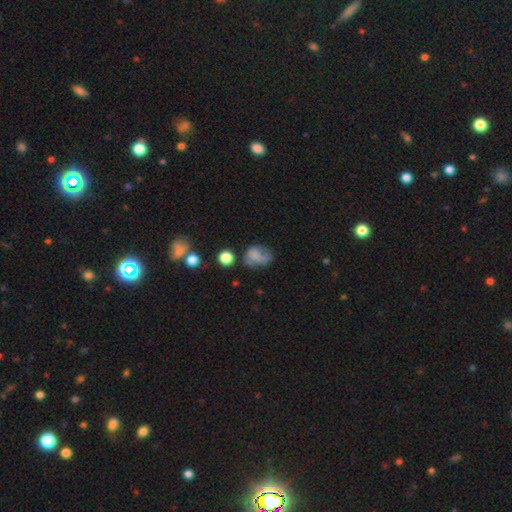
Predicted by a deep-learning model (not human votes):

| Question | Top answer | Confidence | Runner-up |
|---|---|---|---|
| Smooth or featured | smooth | 61% | featured or disk (26%) |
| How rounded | in between | 55% | round (43%) |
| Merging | none | 40% | minor disturbance (28%) |